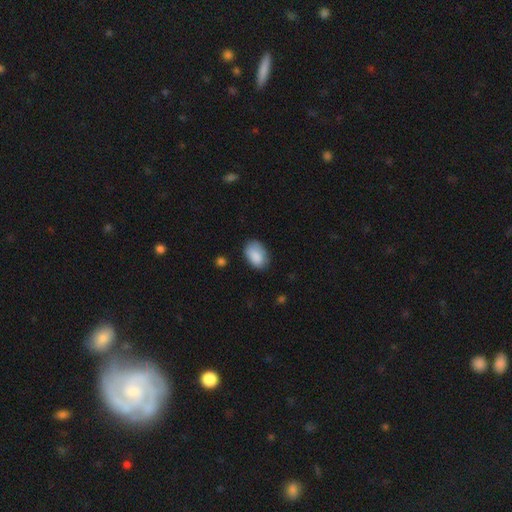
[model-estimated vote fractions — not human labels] smooth_or_featured: smooth (p=0.87) [alt: featured or disk p=0.07]
how_rounded: in between (p=0.90) [alt: round p=0.09]
merging: none (p=0.72) [alt: minor disturbance p=0.22]